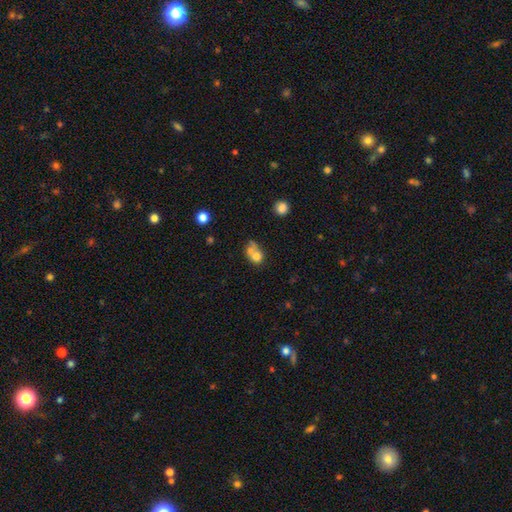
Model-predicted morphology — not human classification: Smooth or featured?
  - smooth: 68% *
  - featured or disk: 21%
  - star or artifact: 12%
How rounded?
  - round: 59% *
  - in between: 40%
  - cigar-shaped: 1%
Merging?
  - merger: 59% *
  - none: 25%
  - minor disturbance: 9%
  - major disturbance: 7%